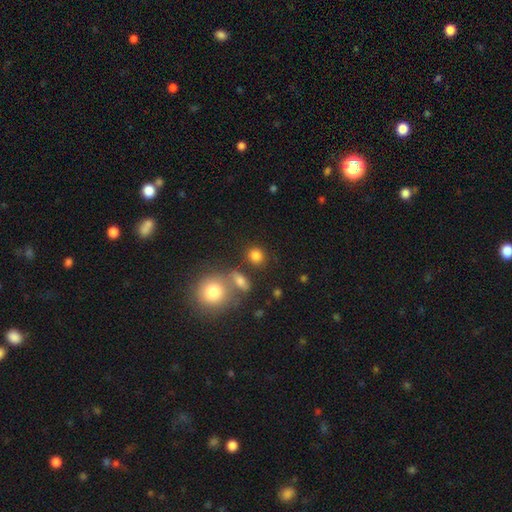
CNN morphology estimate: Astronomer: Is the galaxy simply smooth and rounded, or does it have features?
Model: smooth — 82%.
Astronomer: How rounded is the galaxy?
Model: round — 76%.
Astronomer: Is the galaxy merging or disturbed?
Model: none — 73%.